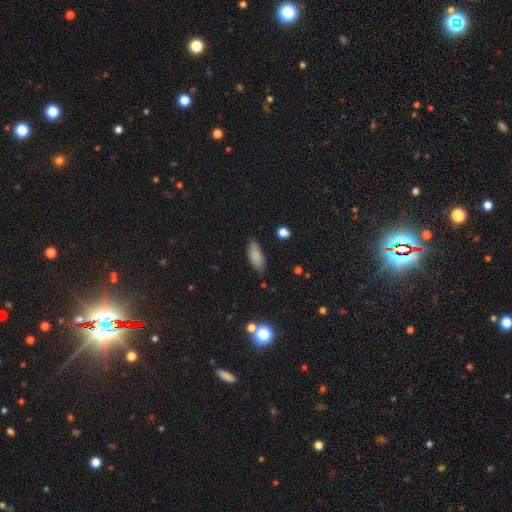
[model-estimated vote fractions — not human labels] This appears to be a smooth galaxy with no disk features (82%) that is in between round and cigar-shaped (80%). Merging: none (73%).